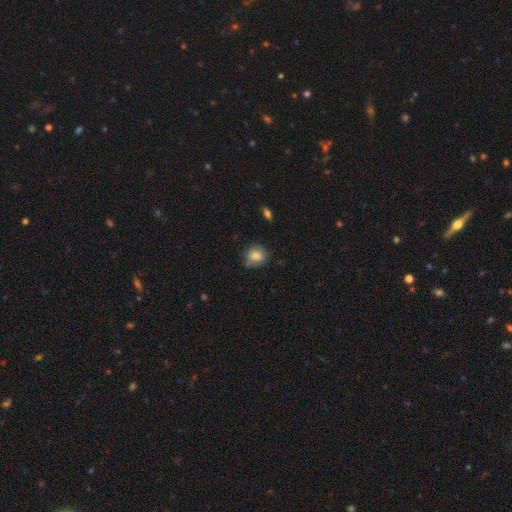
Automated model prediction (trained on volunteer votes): Smooth or featured: smooth — 80% (featured or disk — 11%)
How rounded: round — 75% (in between — 24%)
Merging: none — 71% (minor disturbance — 22%)